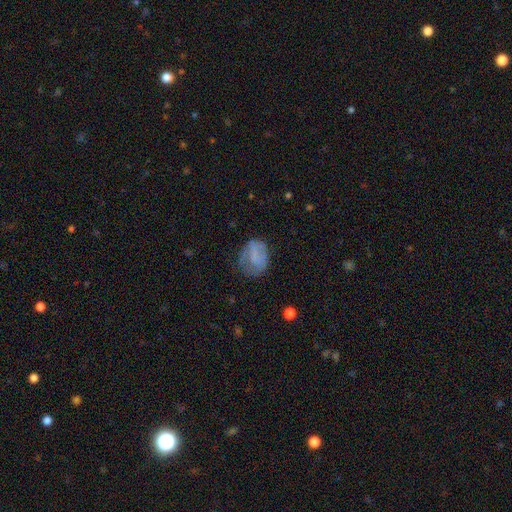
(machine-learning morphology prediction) smooth 60%, featured or disk 30%, star or artifact 10%. Down the decision tree: how rounded — in between (59%); merging — none (52%).